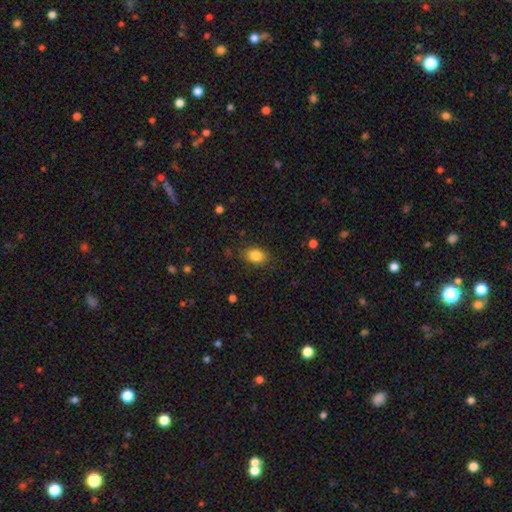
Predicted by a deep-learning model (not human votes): Morphology: type=smooth (85%); roundness=in between (76%); merging=none (83%).